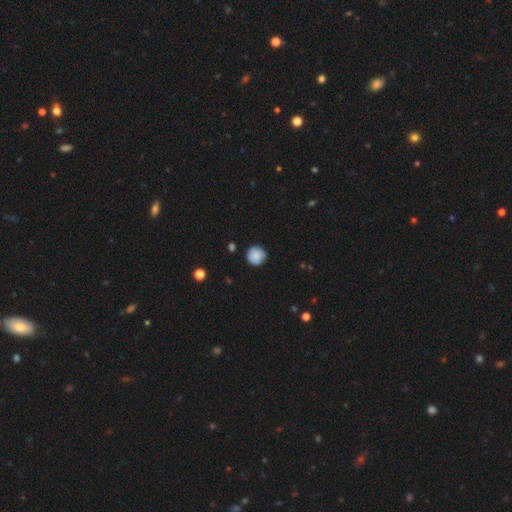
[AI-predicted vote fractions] This is clearly a smooth galaxy (84%). How rounded: clearly round (94%). Merging: clearly none (85%).